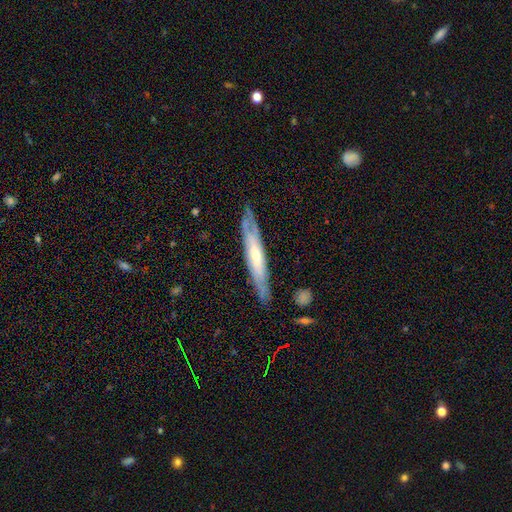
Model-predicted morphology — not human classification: smooth_or_featured: featured or disk (p=0.69) [alt: smooth p=0.25]
disk_edge_on: yes (p=0.63) [alt: no p=0.37]
merging: none (p=0.79) [alt: minor disturbance p=0.15]